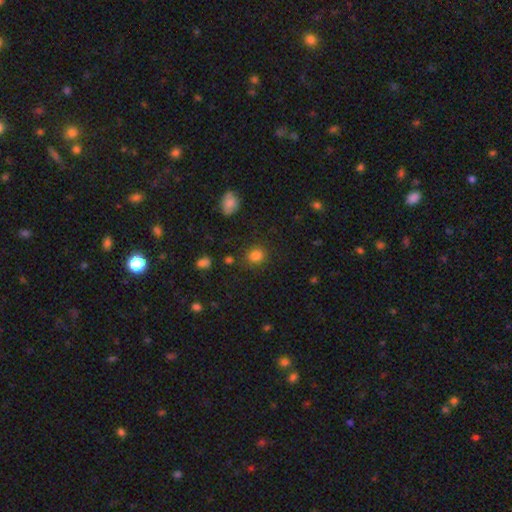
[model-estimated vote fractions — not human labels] Smooth or featured? smooth (82%)
How rounded? round (73%)
Merging? none (83%)